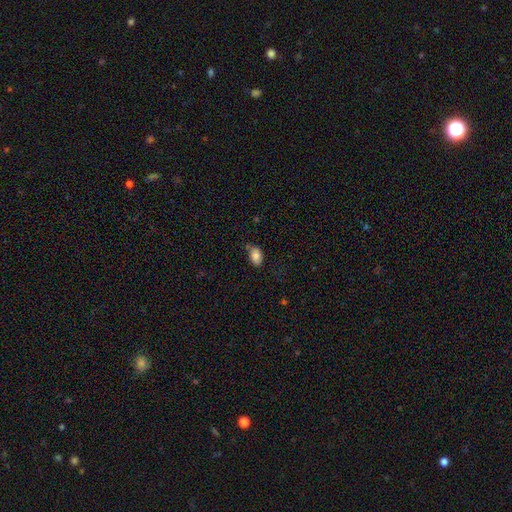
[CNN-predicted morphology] smooth-or-featured: smooth: 81% | featured or disk: 11% | star or artifact: 8%
  how-rounded: in between: 89% | round: 9% | cigar-shaped: 2%
  merging: none: 60% | minor disturbance: 28% | major disturbance: 7% | merger: 4%